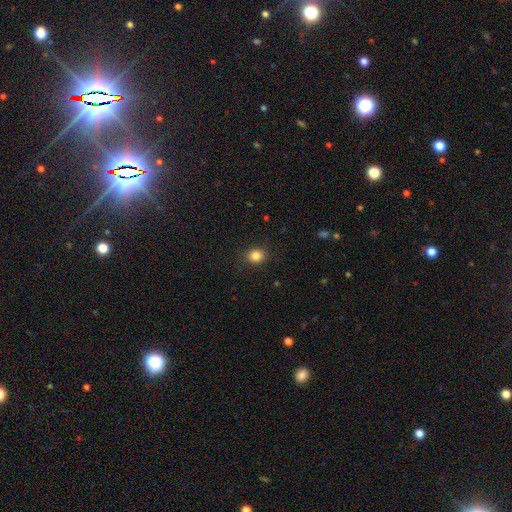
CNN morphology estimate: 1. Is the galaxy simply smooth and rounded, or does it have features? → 84% smooth, 11% star or artifact, 5% featured or disk.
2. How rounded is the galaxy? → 74% round, 25% in between, 1% cigar-shaped.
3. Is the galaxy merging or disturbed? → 88% none, 9% minor disturbance, 3% major disturbance, 1% merger.